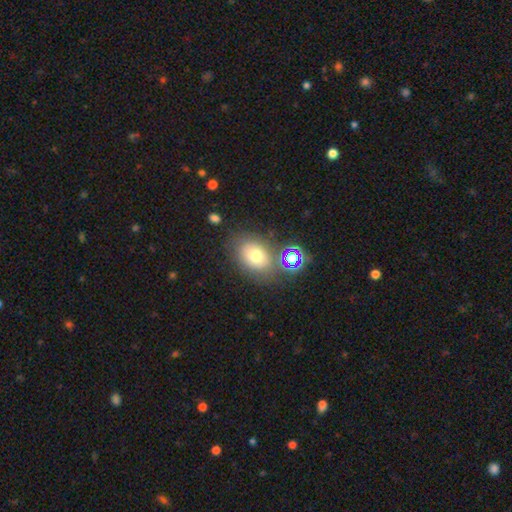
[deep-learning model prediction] A smooth galaxy with no disk features (67%) that is in between round and cigar-shaped (65%). Merging: none (71%).